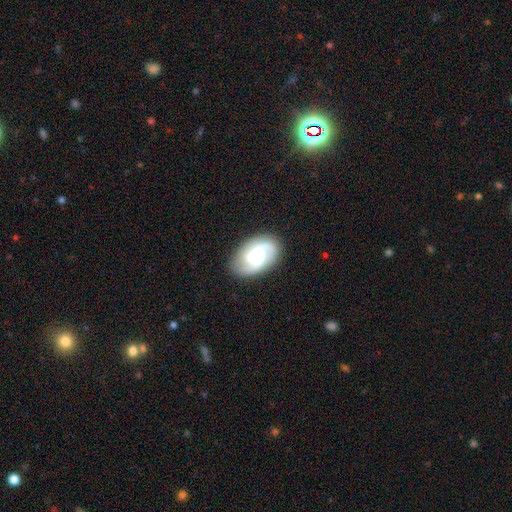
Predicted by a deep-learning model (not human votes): A featured or disk galaxy (73%) with no bar (51%), 2 (46%) medium (48%) spiral arms (95%) and a moderate central bulge (36%).

Vote fractions:
- Smooth or featured? featured or disk: 73% / smooth: 21% / star or artifact: 6%
- Edge-on disk? no: 97% / yes: 3%
- Bar? no: 51% / weak: 40% / strong: 9%
- Spiral arms? yes: 95% / no: 5%
- Spiral winding? medium: 48% / loose: 29% / tight: 23%
- Spiral arm count? 2: 46% / 3: 34% / can't tell: 10% / 1: 4% / 4: 4% / more than 4: 3%
- Bulge size? moderate: 36% / small: 35% / large: 16% / none: 9% / dominant: 4%
- Merging? none: 79% / minor disturbance: 14% / major disturbance: 6% / merger: 1%